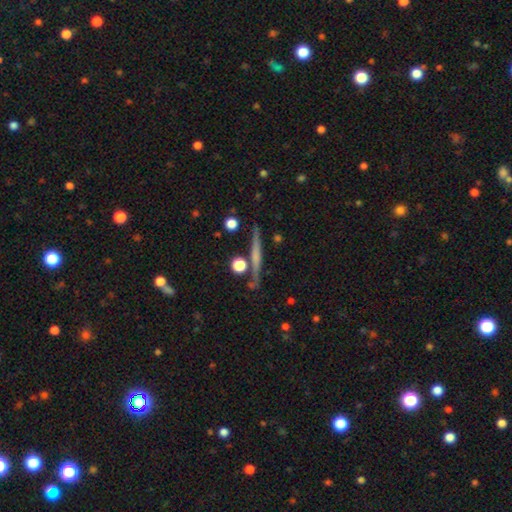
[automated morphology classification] Smooth or featured?
  - featured or disk: 53% *
  - smooth: 38%
  - star or artifact: 8%
Edge-on disk?
  - yes: 96% *
  - no: 4%
Edge-on bulge?
  - none: 64% *
  - rounded: 25%
  - boxy: 11%
Merging?
  - none: 84% *
  - minor disturbance: 9%
  - merger: 4%
  - major disturbance: 2%